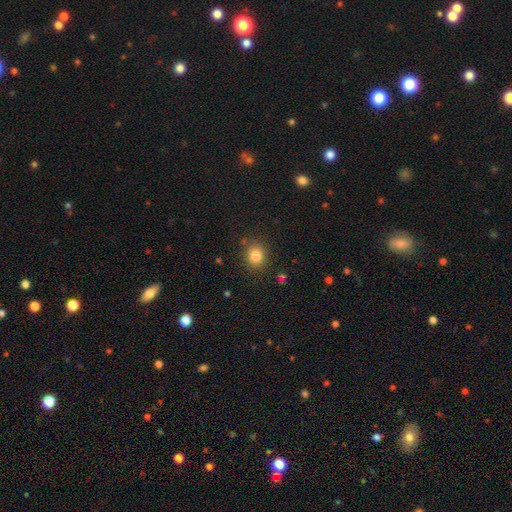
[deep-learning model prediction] Overall: smooth (82%). How rounded: round (76%). Merging: none (86%).